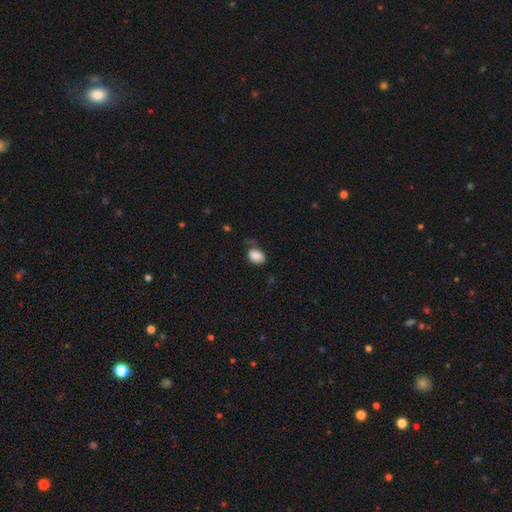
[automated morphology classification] Overall: smooth (86%). How rounded: in between (82%). Merging: none (50%; minor disturbance 32%).